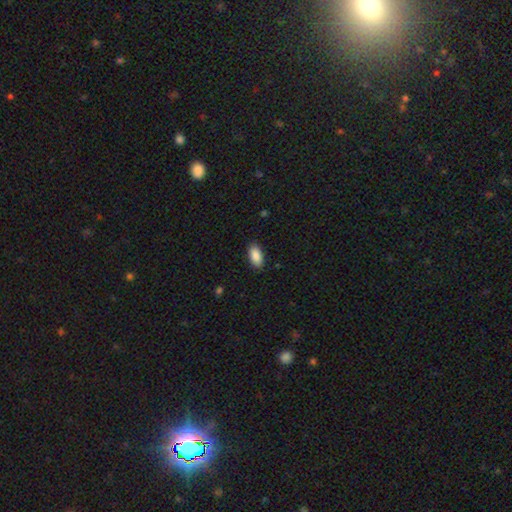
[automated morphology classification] A smooth galaxy with no disk features (90%) that is in between round and cigar-shaped (93%). Merging: none (88%).